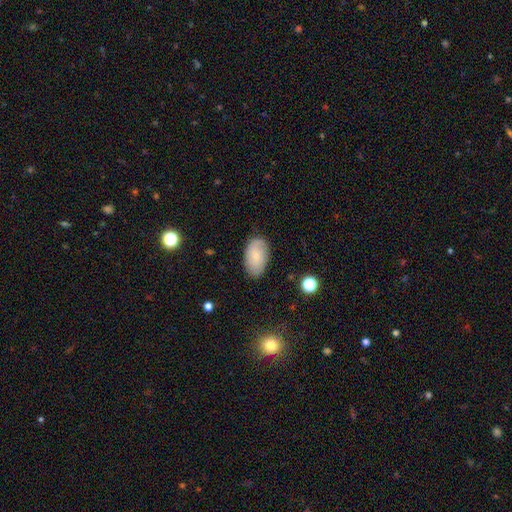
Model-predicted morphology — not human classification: A smooth galaxy with no disk features (67%) that is in between round and cigar-shaped (93%). Merging: none (80%).